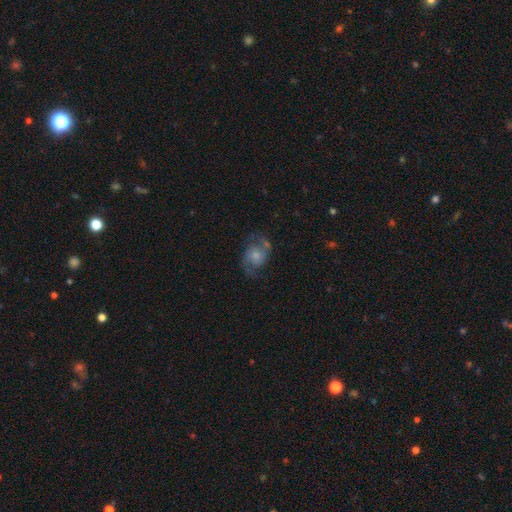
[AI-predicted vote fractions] A featured or disk galaxy (75%) with no bar (67%), 2 (91%) medium (50%) spiral arms (93%) and a moderate central bulge (40%).

Vote fractions:
- Smooth or featured? featured or disk: 75% / smooth: 17% / star or artifact: 8%
- Edge-on disk? no: 97% / yes: 3%
- Bar? no: 67% / weak: 29% / strong: 5%
- Spiral arms? yes: 93% / no: 7%
- Spiral winding? medium: 50% / loose: 36% / tight: 14%
- Spiral arm count? 2: 91% / can't tell: 4% / 1: 2% / 3: 1% / 4: 1% / more than 4: 1%
- Bulge size? moderate: 40% / small: 39% / large: 10% / none: 10% / dominant: 2%
- Merging? none: 69% / minor disturbance: 17% / major disturbance: 10% / merger: 4%